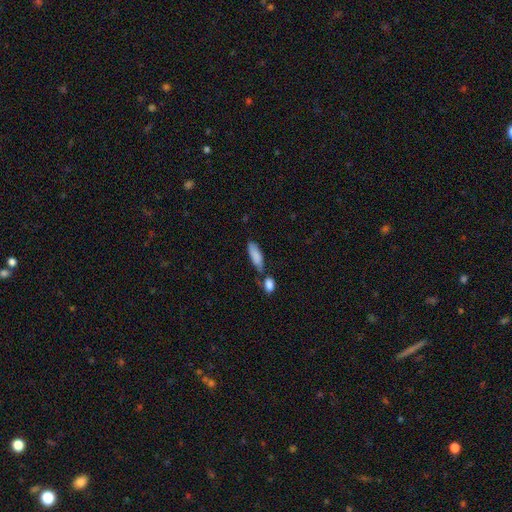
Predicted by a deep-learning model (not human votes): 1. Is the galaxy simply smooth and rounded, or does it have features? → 84% smooth, 9% featured or disk, 7% star or artifact.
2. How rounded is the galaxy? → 67% in between, 31% cigar-shaped, 2% round.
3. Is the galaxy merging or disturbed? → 50% none, 28% merger, 17% minor disturbance, 6% major disturbance.